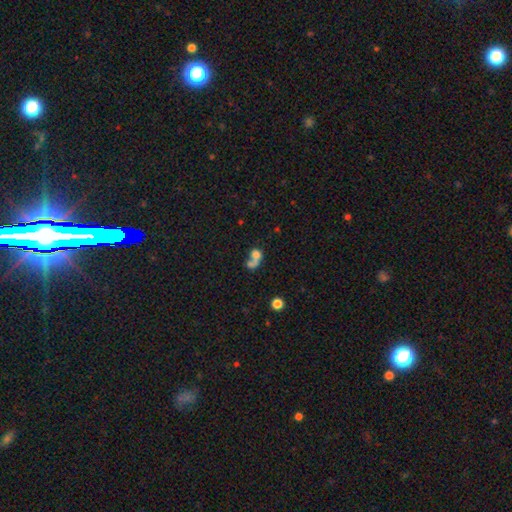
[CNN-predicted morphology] Smooth or featured: smooth — 64% (featured or disk — 23%)
How rounded: round — 51% (in between — 46%)
Merging: merger — 57% (none — 21%)